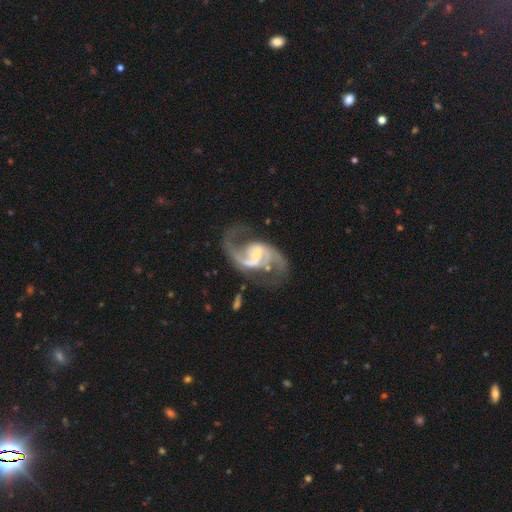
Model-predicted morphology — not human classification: The model was most divided on "spiral winding": loose: 49%, medium: 44%, tight: 7%. Remaining: edge-on disk — no (98%); spiral arms — yes (97%); smooth or featured — featured or disk (92%); spiral arm count — 2 (92%); merging — none (63%); bar — weak (53%); bulge size — small (41%).